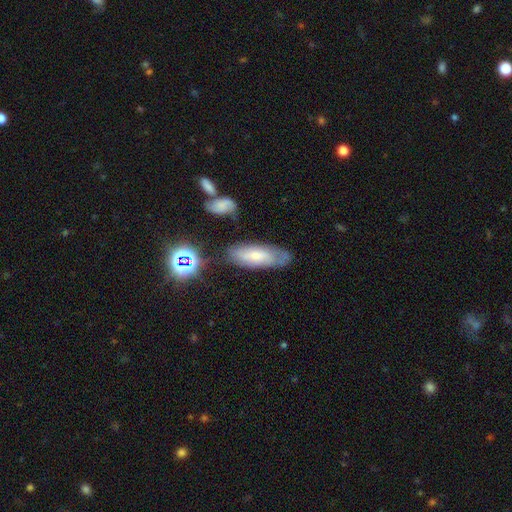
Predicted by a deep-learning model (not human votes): smooth 53%, featured or disk 37%, star or artifact 10%. Down the decision tree: how rounded — in between (67%); merging — none (66%).